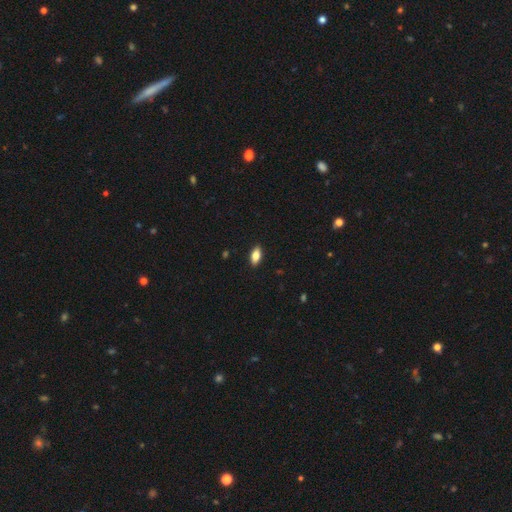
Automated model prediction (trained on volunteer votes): This appears to be a smooth galaxy with no disk features (79%) that is in between round and cigar-shaped (88%). Merging: none (89%).